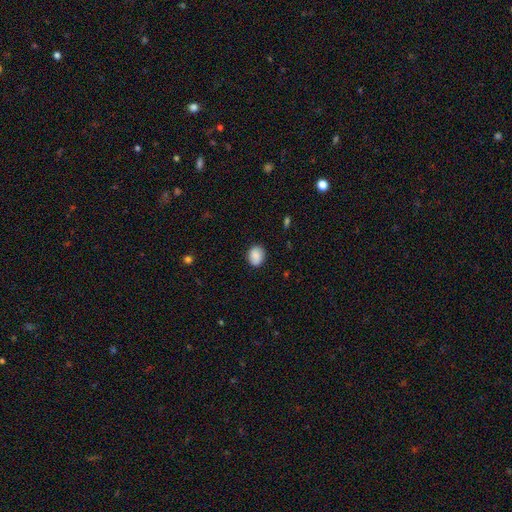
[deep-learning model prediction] Smooth or featured? Predicted: smooth (p=0.86). How rounded? Predicted: round (p=0.56). Merging? Predicted: none (p=0.83).